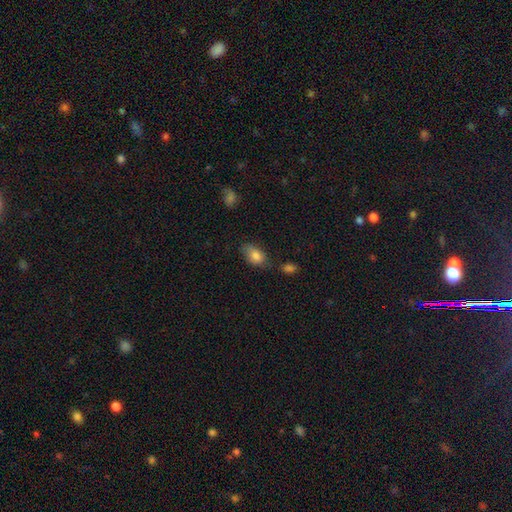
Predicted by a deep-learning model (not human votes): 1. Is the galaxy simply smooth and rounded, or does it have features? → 83% smooth, 9% featured or disk, 8% star or artifact.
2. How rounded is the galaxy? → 88% in between, 10% round, 2% cigar-shaped.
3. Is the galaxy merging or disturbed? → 57% none, 26% minor disturbance, 10% merger, 7% major disturbance.